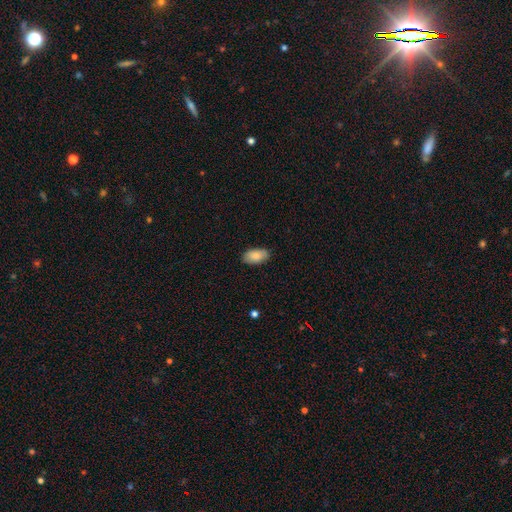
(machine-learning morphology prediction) A smooth galaxy with no disk features (87%) that is in between round and cigar-shaped (95%).

Vote fractions:
- Smooth or featured? smooth: 87% / featured or disk: 7% / star or artifact: 6%
- How rounded? in between: 95% / round: 3% / cigar-shaped: 2%
- Merging? none: 86% / minor disturbance: 11% / major disturbance: 2% / merger: 1%